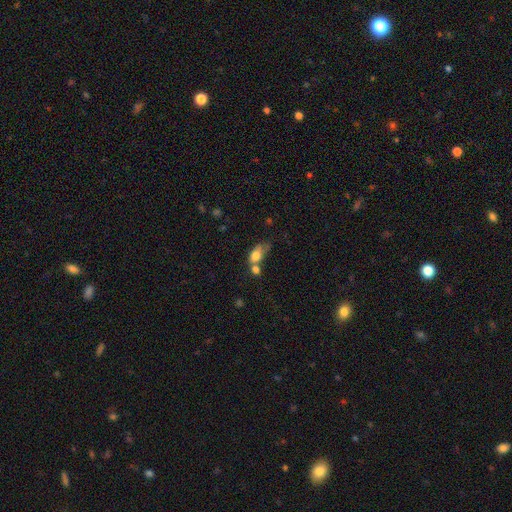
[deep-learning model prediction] smooth_or_featured: smooth (p=0.75) [alt: featured or disk p=0.16]
how_rounded: in between (p=0.78) [alt: round p=0.17]
merging: merger (p=0.45) [alt: none p=0.23]